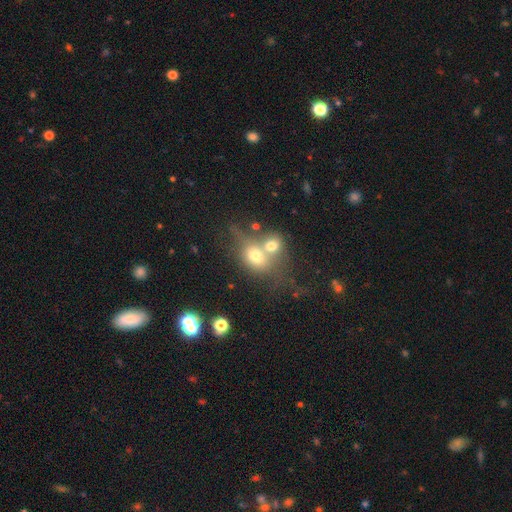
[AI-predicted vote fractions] The model was most divided on "how rounded": in between: 52%, round: 45%, cigar-shaped: 3%. More confident: merging — merger (64%); smooth or featured — smooth (63%).